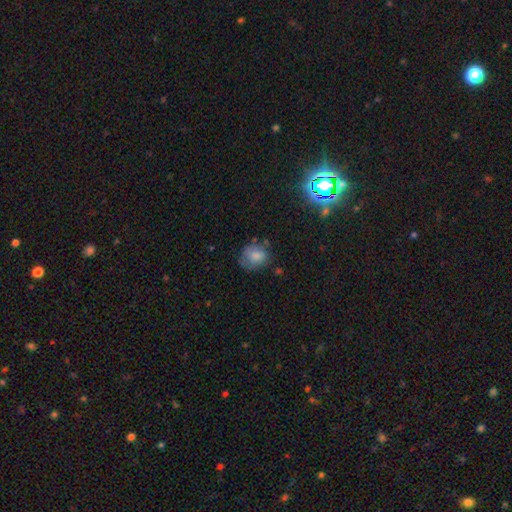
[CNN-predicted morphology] smooth_or_featured: smooth (p=0.76) [alt: featured or disk p=0.14]
how_rounded: round (p=0.61) [alt: in between p=0.38]
merging: none (p=0.57) [alt: minor disturbance p=0.28]